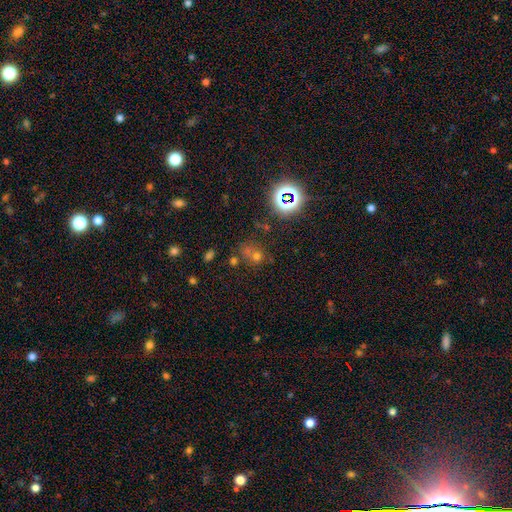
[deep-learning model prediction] Smooth or featured: star or artifact — 44% (smooth — 43%)